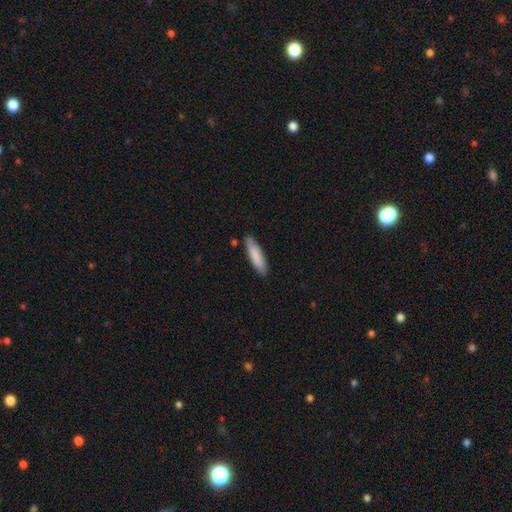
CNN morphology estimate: The model was most divided on "how rounded": cigar-shaped: 73%, in between: 26%, round: 1%. More confident: merging — none (85%); smooth or featured — smooth (83%).